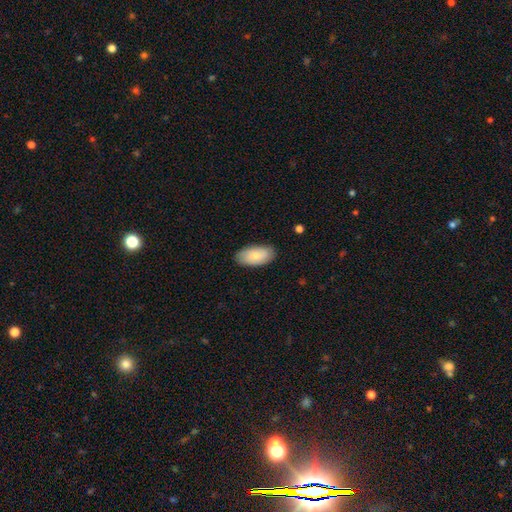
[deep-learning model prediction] Smooth or featured? Predicted: smooth (p=0.82). How rounded? Predicted: in between (p=0.94). Merging? Predicted: none (p=0.85).